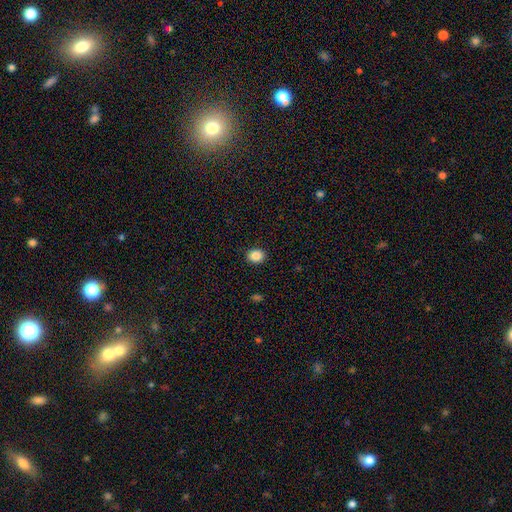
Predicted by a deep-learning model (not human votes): Smooth or featured? Predicted: smooth (p=0.87). How rounded? Predicted: round (p=0.58). Merging? Predicted: none (p=0.91).